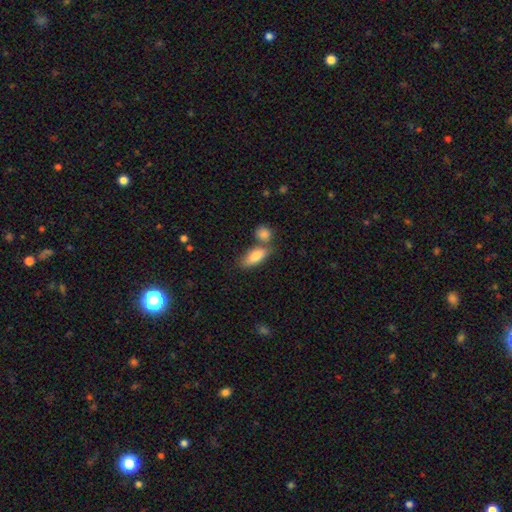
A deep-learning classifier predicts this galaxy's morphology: Smooth or featured? smooth (81%)
How rounded? in between (78%)
Merging? none (55%)